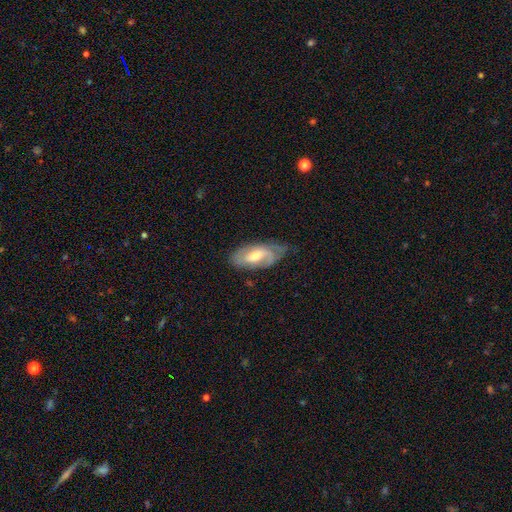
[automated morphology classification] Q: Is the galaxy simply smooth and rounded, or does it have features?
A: featured or disk — 64%.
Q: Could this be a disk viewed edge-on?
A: no — 91%.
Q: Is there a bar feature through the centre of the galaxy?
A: weak — 49%.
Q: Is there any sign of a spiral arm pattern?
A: yes — 84%.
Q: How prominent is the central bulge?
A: moderate — 66%.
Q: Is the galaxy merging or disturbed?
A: none — 59%.